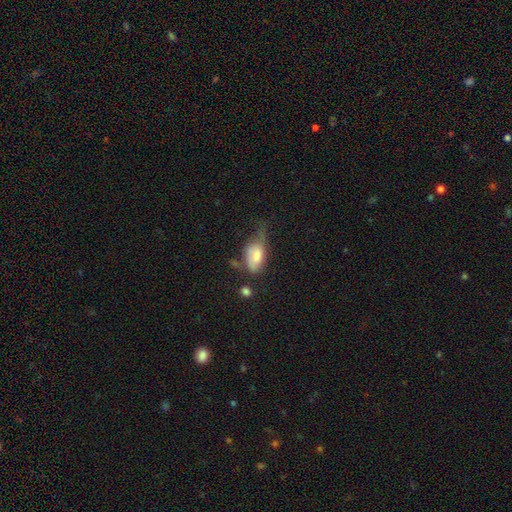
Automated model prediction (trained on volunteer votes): smooth 72%, featured or disk 20%, star or artifact 8%. Down the decision tree: how rounded — in between (90%); merging — minor disturbance (35%).